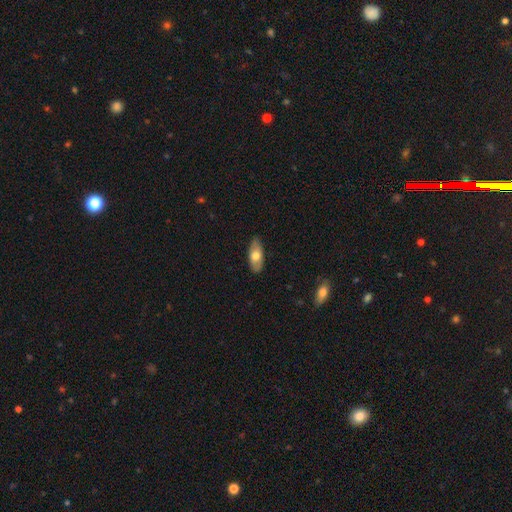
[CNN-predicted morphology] This is likely a smooth galaxy (66%). How rounded: clearly in between (85%). Merging: clearly none (85%).